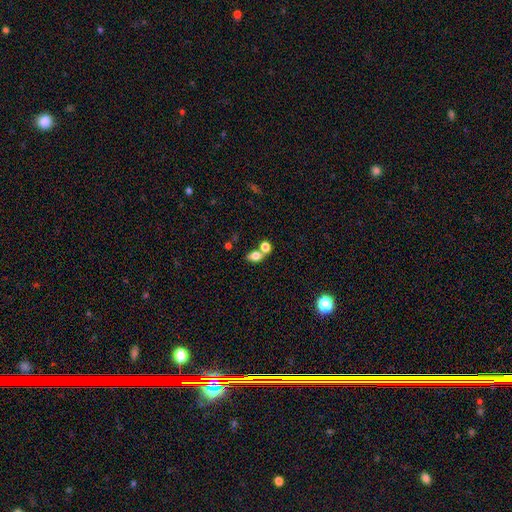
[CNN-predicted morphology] type=smooth (77%); roundness=in between (69%); merging=merger (46%).